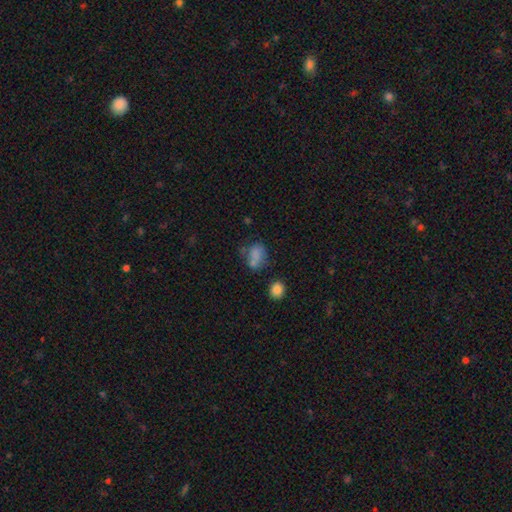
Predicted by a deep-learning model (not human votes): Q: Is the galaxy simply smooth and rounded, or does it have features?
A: smooth — 74%.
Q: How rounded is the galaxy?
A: in between — 62%.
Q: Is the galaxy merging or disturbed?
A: none — 44%.